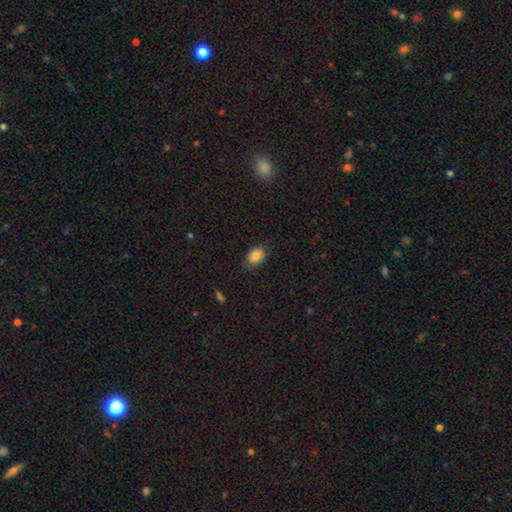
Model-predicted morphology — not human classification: Smooth or featured? Predicted: smooth (p=0.83). How rounded? Predicted: in between (p=0.82). Merging? Predicted: none (p=0.71).